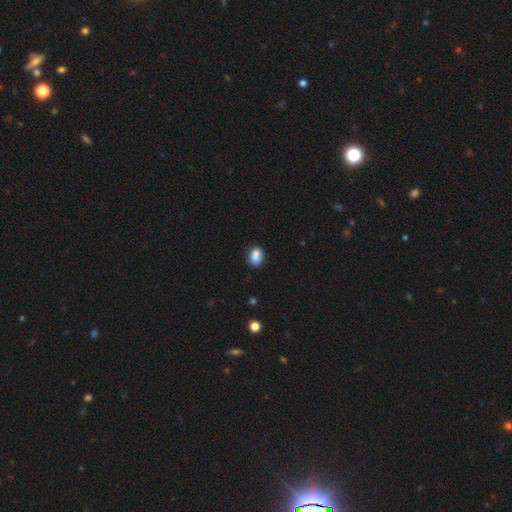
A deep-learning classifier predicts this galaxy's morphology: A smooth galaxy with no disk features (83%) that is in between round and cigar-shaped (57%).

Vote fractions:
- Smooth or featured? smooth: 83% / star or artifact: 10% / featured or disk: 7%
- How rounded? in between: 57% / round: 42% / cigar-shaped: 1%
- Merging? none: 64% / minor disturbance: 18% / merger: 13% / major disturbance: 5%